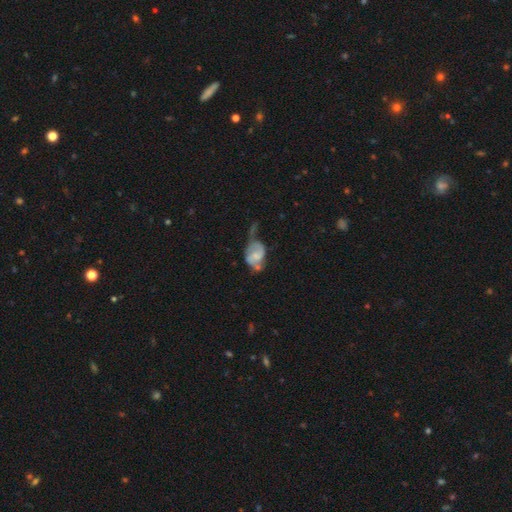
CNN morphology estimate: featured or disk 61%, smooth 31%, star or artifact 8%. Down the decision tree: edge-on disk — no (97%); bar — no (53%); spiral arms — yes (77%); bulge size — small (34%); merging — major disturbance (31%).